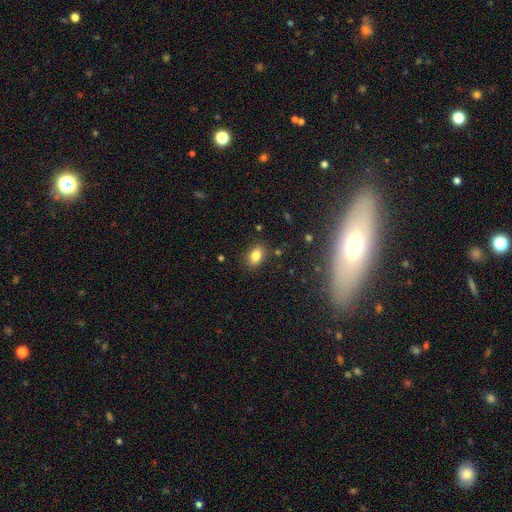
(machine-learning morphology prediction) A smooth galaxy with no disk features (82%) that is in between round and cigar-shaped (82%).

Vote fractions:
- Smooth or featured? smooth: 82% / star or artifact: 10% / featured or disk: 8%
- How rounded? in between: 82% / round: 16% / cigar-shaped: 2%
- Merging? none: 85% / minor disturbance: 10% / major disturbance: 3% / merger: 2%